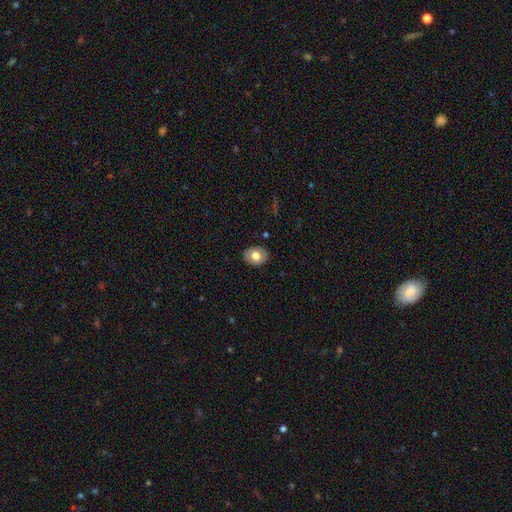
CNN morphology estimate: Smooth or featured? Predicted: smooth (p=0.66). How rounded? Predicted: in between (p=0.59). Merging? Predicted: none (p=0.85).